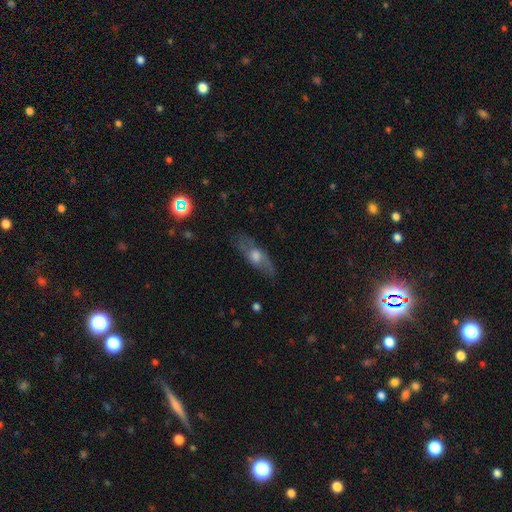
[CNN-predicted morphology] smooth-or-featured: featured or disk: 54% | smooth: 35% | star or artifact: 10%
  disk-edge-on: no: 51% | yes: 49%
  merging: none: 76% | minor disturbance: 17% | major disturbance: 6% | merger: 2%